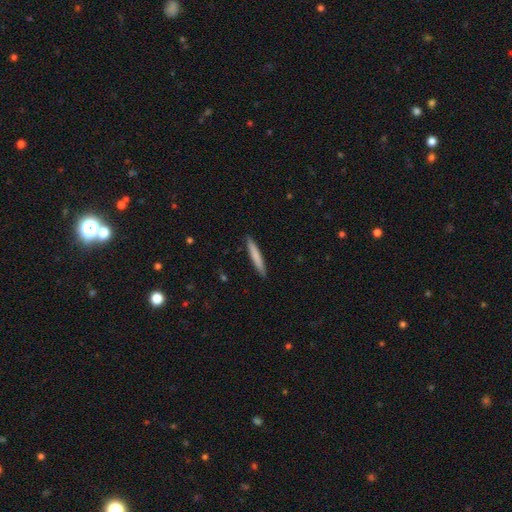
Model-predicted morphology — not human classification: Smooth or featured? Predicted: smooth (p=0.75). How rounded? Predicted: cigar-shaped (p=0.94). Merging? Predicted: none (p=0.90).